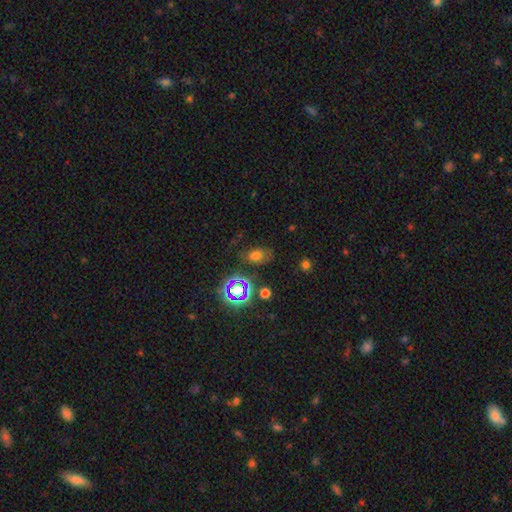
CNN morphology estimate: type=smooth (56%); roundness=in between (78%); merging=none (64%).